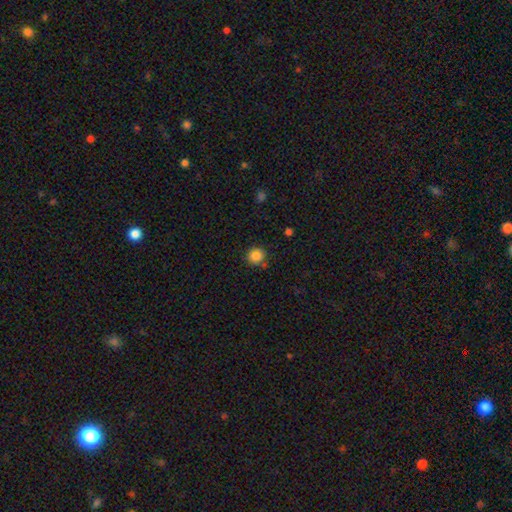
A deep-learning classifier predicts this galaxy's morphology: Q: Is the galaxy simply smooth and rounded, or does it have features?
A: smooth — 85%.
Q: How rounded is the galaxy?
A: round — 91%.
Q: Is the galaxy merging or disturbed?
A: none — 82%.